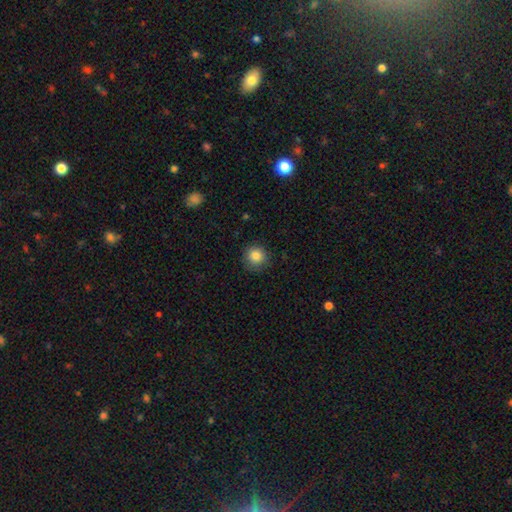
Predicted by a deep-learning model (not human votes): Smooth or featured?
  - smooth: 85% *
  - star or artifact: 10%
  - featured or disk: 5%
How rounded?
  - round: 94% *
  - in between: 5%
  - cigar-shaped: 1%
Merging?
  - none: 86% *
  - minor disturbance: 10%
  - major disturbance: 2%
  - merger: 1%